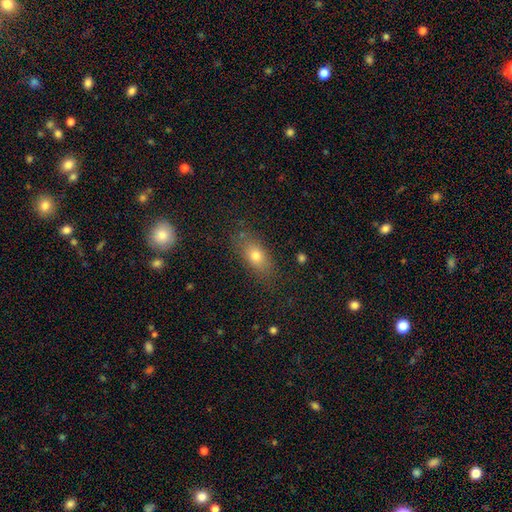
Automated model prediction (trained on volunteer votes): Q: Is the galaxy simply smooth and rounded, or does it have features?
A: smooth — 73%.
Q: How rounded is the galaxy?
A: in between — 76%.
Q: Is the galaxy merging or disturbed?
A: none — 79%.